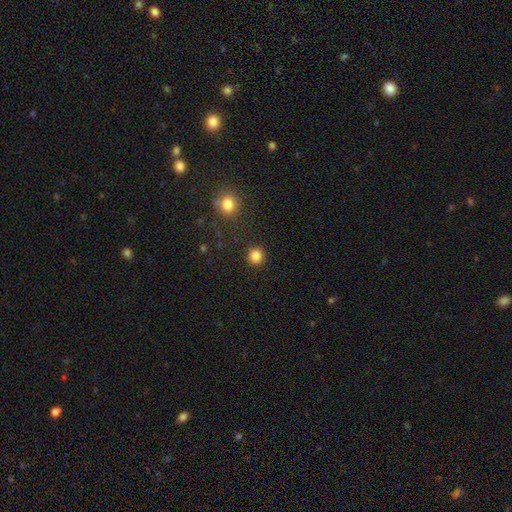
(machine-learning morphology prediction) Smooth or featured: smooth — 84% (star or artifact — 12%)
How rounded: round — 91% (in between — 9%)
Merging: none — 90% (minor disturbance — 5%)